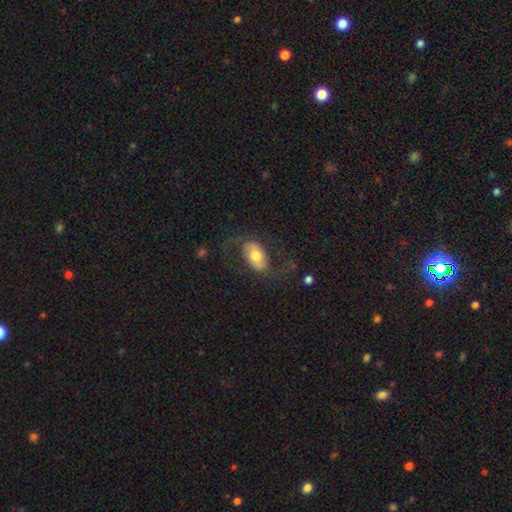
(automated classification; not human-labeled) This is possibly a featured or disk galaxy (55%). It is clearly not viewed edge-on (94%). Bar: marginally no (38%). Spiral arm pattern: likely yes (74%). Central bulge: likely moderate (65%). Merging: likely none (61%).